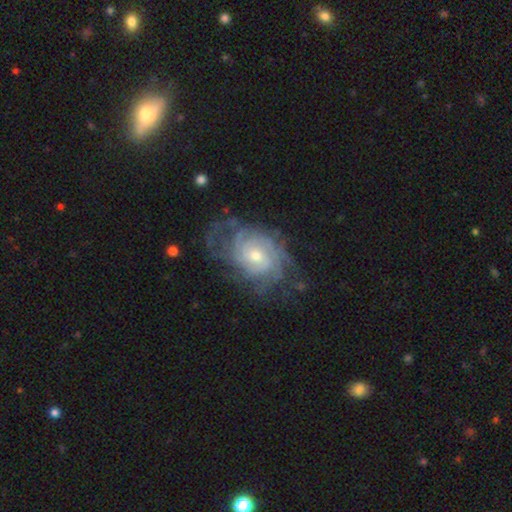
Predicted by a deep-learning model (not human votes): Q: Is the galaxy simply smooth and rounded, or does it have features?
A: featured or disk — 87%.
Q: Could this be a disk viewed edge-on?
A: no — 97%.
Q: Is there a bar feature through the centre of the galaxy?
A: no — 66%.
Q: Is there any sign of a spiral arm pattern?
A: yes — 96%.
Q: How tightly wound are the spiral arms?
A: tight — 70%.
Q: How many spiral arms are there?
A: can't tell — 41%.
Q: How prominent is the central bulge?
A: moderate — 49%.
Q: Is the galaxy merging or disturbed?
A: none — 63%.